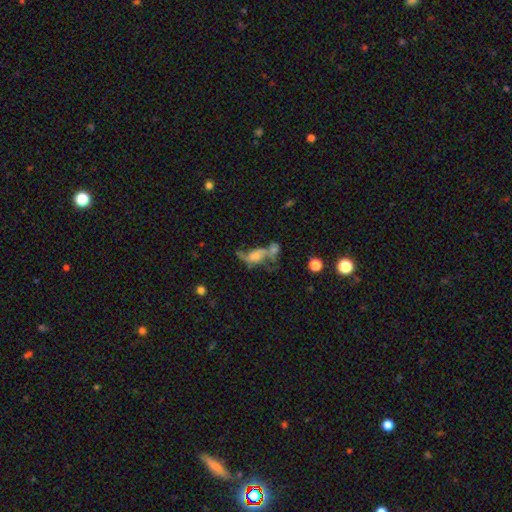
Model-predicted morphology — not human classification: This is possibly a featured or disk galaxy (55%). It is clearly not viewed edge-on (91%). Bar: likely no (69%). Spiral arm pattern: likely yes (64%). Central bulge: marginally none (33%). Merging: marginally merger (41%).